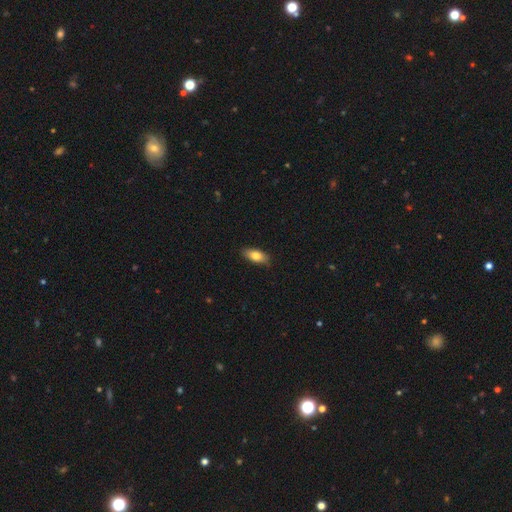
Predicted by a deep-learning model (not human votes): The model was most divided on "smooth or featured": smooth: 79%, featured or disk: 15%, star or artifact: 7%. More confident: merging — none (84%); how rounded — in between (84%).